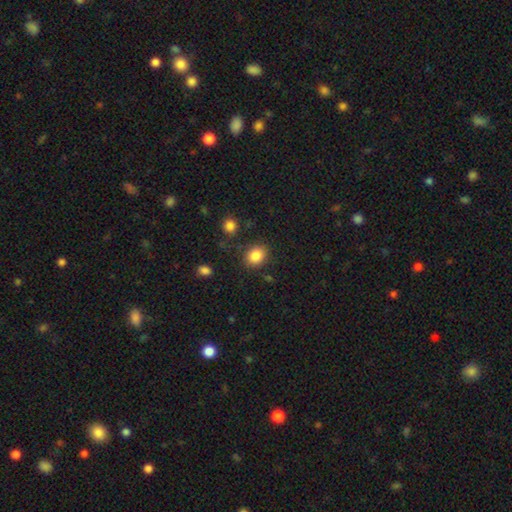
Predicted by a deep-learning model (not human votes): smooth 85%, star or artifact 10%, featured or disk 5%. Down the decision tree: how rounded — round (52%); merging — none (82%).